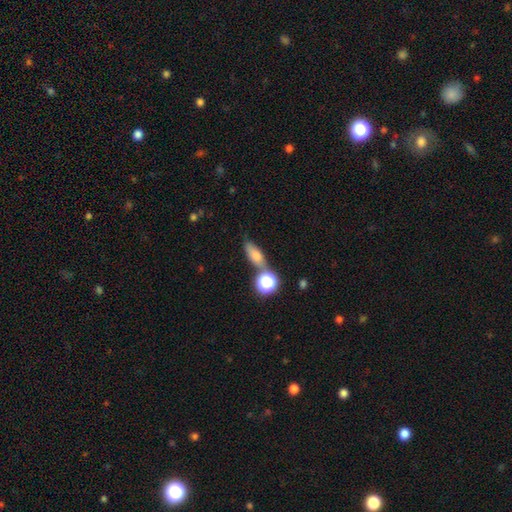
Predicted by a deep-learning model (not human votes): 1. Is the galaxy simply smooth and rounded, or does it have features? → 71% smooth, 14% featured or disk, 14% star or artifact.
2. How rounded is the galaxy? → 59% in between, 25% cigar-shaped, 16% round.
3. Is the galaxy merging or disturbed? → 60% none, 19% merger, 16% minor disturbance, 6% major disturbance.